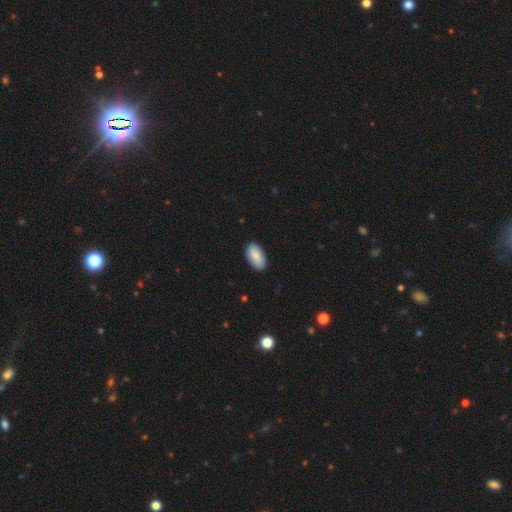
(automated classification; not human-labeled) Smooth or featured: smooth — 85% (featured or disk — 10%)
How rounded: in between — 95% (round — 3%)
Merging: none — 86% (minor disturbance — 11%)